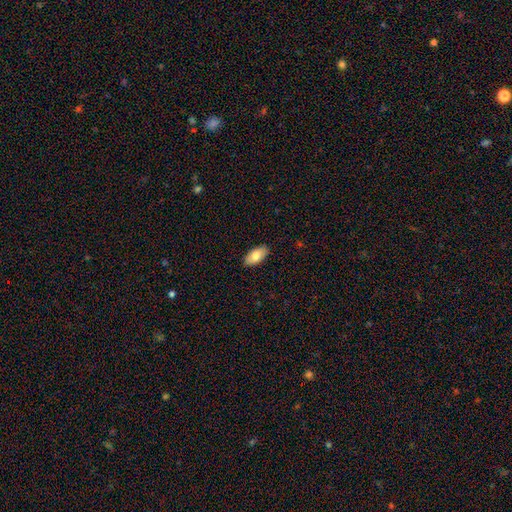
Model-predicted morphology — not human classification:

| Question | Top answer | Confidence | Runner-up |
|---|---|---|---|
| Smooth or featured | smooth | 80% | featured or disk (14%) |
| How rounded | in between | 92% | cigar-shaped (5%) |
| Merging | none | 89% | minor disturbance (8%) |